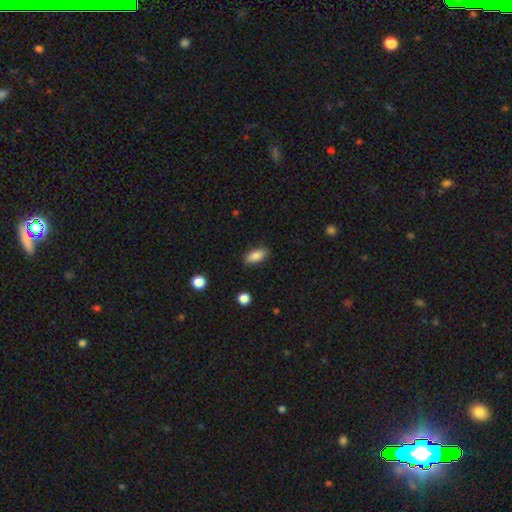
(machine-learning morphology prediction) smooth_or_featured: smooth (p=0.85) [alt: star or artifact p=0.07]
how_rounded: in between (p=0.87) [alt: cigar-shaped p=0.09]
merging: none (p=0.84) [alt: minor disturbance p=0.12]